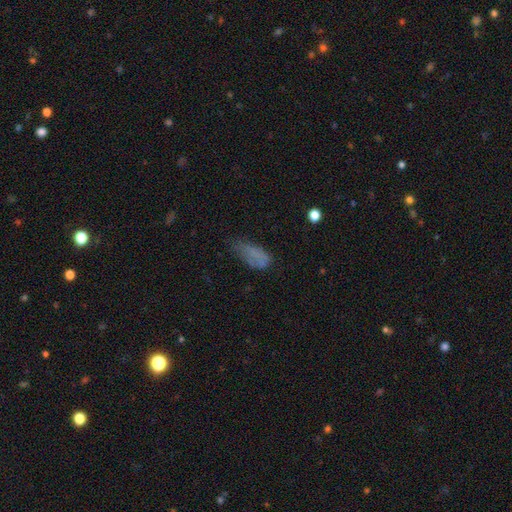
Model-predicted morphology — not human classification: Q: Smooth or featured?
A: smooth (66%); runner-up: featured or disk (20%)
Q: How rounded?
A: in between (82%); runner-up: cigar-shaped (15%)
Q: Merging?
A: none (34%); tied with: minor disturbance (34%)